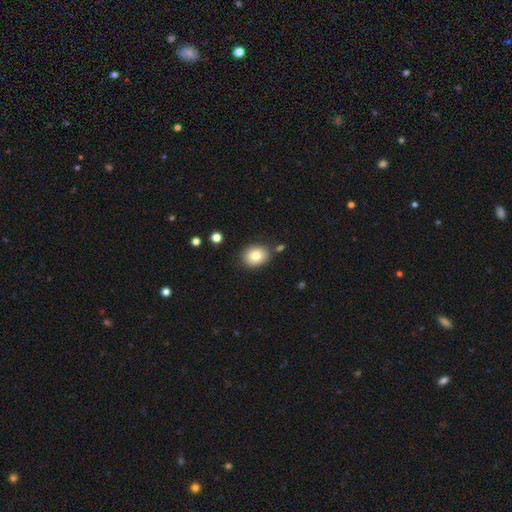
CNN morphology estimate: Smooth or featured: smooth — 82% (featured or disk — 9%)
How rounded: in between — 50% (round — 49%)
Merging: none — 83% (minor disturbance — 11%)